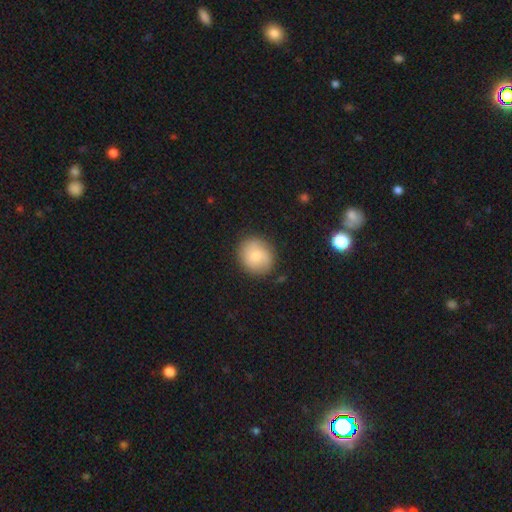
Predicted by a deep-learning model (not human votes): Overall: smooth (73%). How rounded: round (83%). Merging: none (83%).